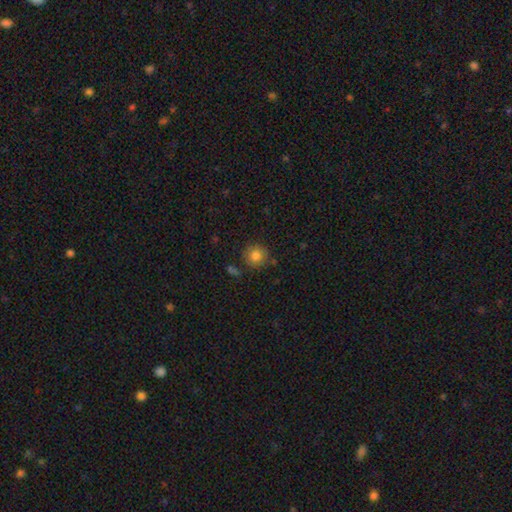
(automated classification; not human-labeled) A smooth galaxy with no disk features (83%) that is round (92%). Merging: none (83%).